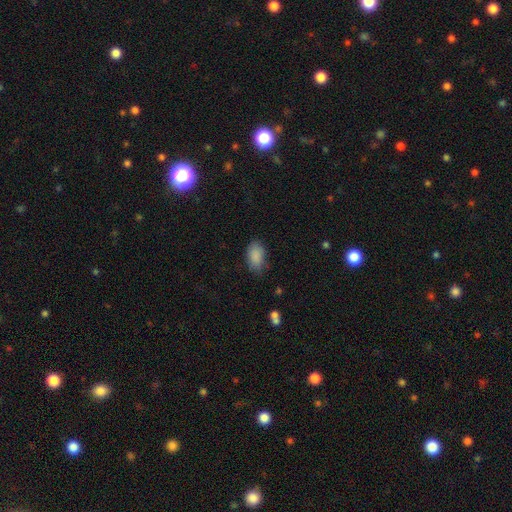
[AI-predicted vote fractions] Smooth or featured: smooth — 88% (star or artifact — 8%)
How rounded: in between — 92% (round — 6%)
Merging: none — 75% (minor disturbance — 20%)